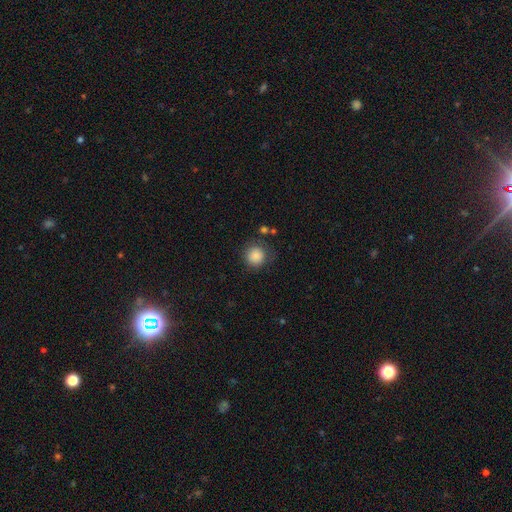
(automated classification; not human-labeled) A smooth galaxy with no disk features (86%) that is round (91%).

Vote fractions:
- Smooth or featured? smooth: 86% / star or artifact: 9% / featured or disk: 5%
- How rounded? round: 91% / in between: 8% / cigar-shaped: 1%
- Merging? none: 75% / minor disturbance: 16% / major disturbance: 6% / merger: 3%